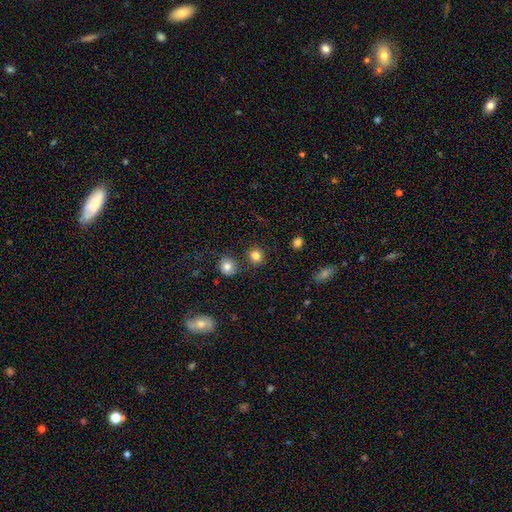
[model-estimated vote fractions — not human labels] smooth_or_featured: smooth (p=0.83) [alt: star or artifact p=0.12]
how_rounded: round (p=0.88) [alt: in between p=0.11]
merging: none (p=0.84) [alt: minor disturbance p=0.07]